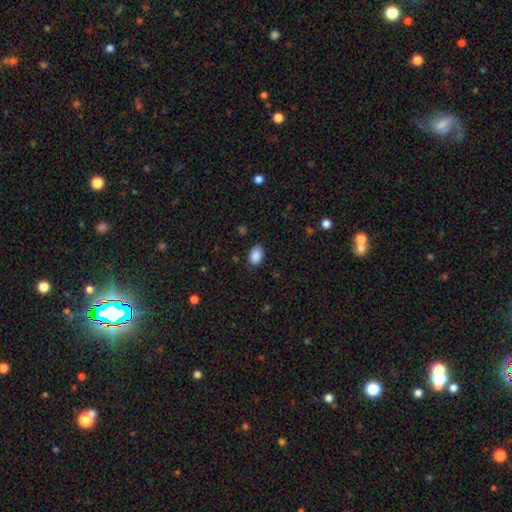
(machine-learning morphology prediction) smooth-or-featured: smooth: 89% | star or artifact: 8% | featured or disk: 4%
  how-rounded: in between: 86% | round: 13% | cigar-shaped: 1%
  merging: none: 85% | minor disturbance: 11% | major disturbance: 3% | merger: 1%